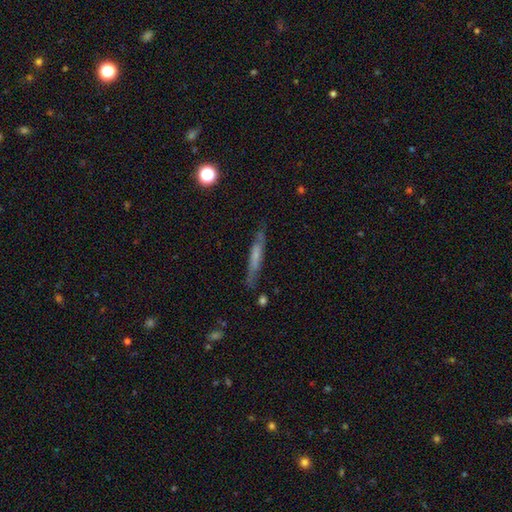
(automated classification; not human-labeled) Overall: featured or disk (47%; smooth 45%). Merging: none (76%).